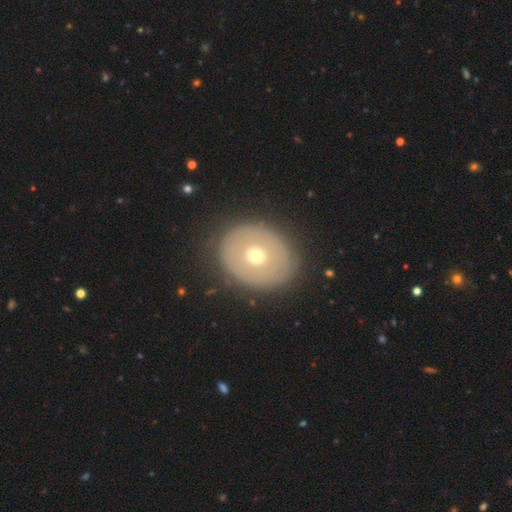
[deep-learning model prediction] This is possibly a smooth galaxy (52%). How rounded: likely round (63%). Merging: clearly none (85%).